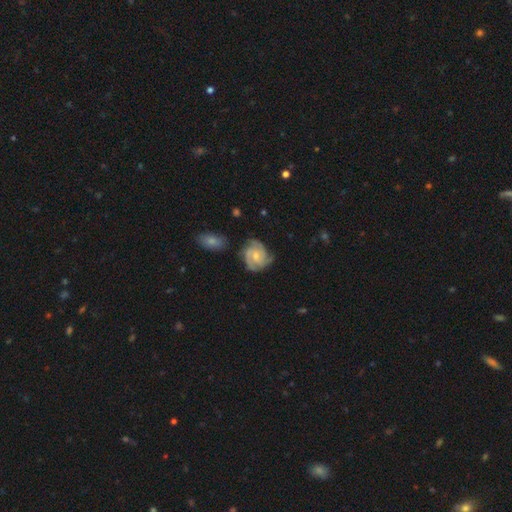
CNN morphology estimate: smooth_or_featured: featured or disk (p=0.80) [alt: smooth p=0.14]
disk_edge_on: no (p=0.98) [alt: yes p=0.02]
bar: no (p=0.69) [alt: weak p=0.27]
has_spiral_arms: yes (p=0.96) [alt: no p=0.04]
spiral_winding: tight (p=0.55) [alt: medium p=0.37]
spiral_arm_count: 3 (p=0.55) [alt: 2 p=0.16]
bulge_size: small (p=0.49) [alt: moderate p=0.46]
merging: none (p=0.66) [alt: minor disturbance p=0.23]